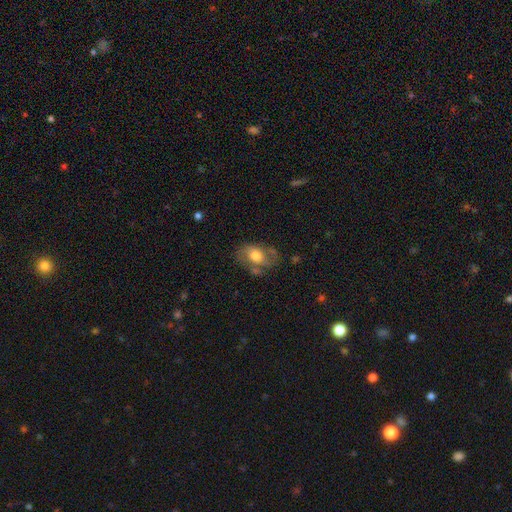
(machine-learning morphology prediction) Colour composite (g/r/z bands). It shows a smooth galaxy with no disk features (56%) that is in between round and cigar-shaped (82%). Merging: none (50%).